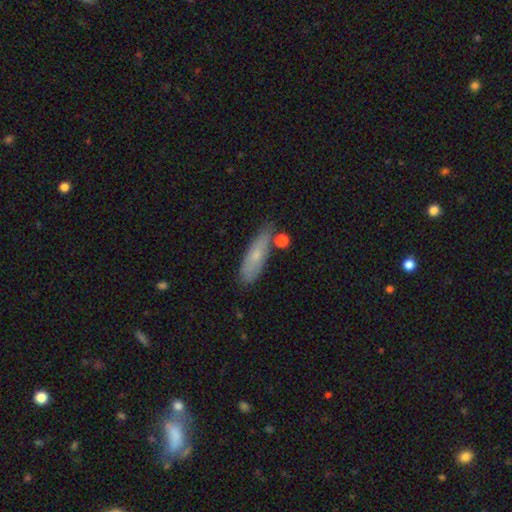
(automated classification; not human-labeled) smooth 67%, featured or disk 25%, star or artifact 7%. Down the decision tree: how rounded — cigar-shaped (57%); merging — none (71%).